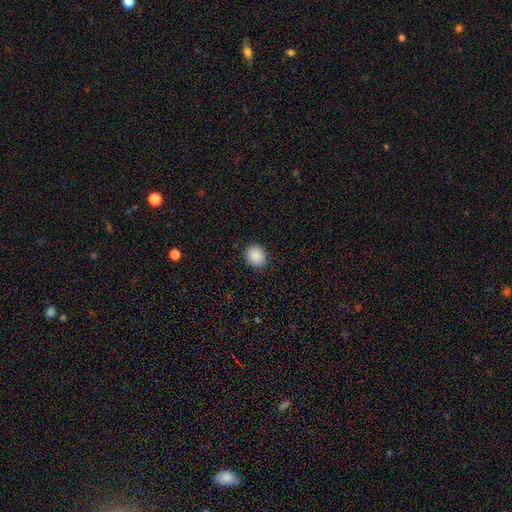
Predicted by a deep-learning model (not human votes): Smooth or featured? smooth (89%)
How rounded? round (74%)
Merging? none (89%)